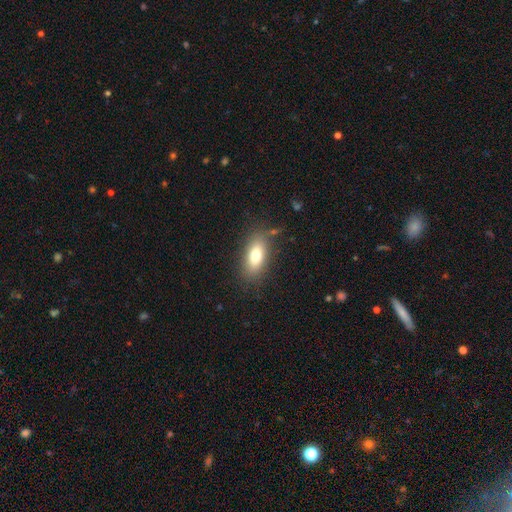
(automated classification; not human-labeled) A smooth galaxy with no disk features (75%) that is in between round and cigar-shaped (85%). Merging: none (79%).